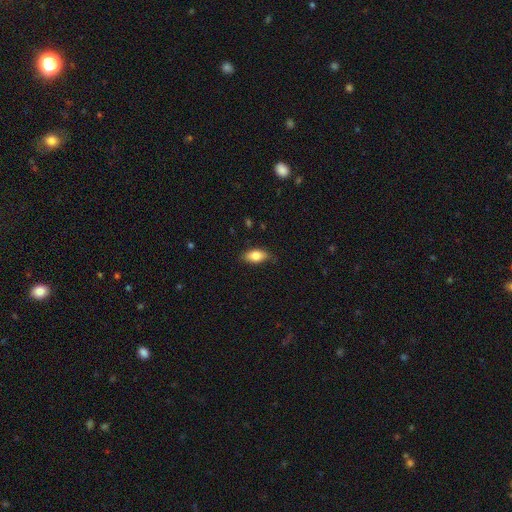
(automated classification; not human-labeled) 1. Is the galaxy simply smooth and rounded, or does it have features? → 82% smooth, 11% featured or disk, 7% star or artifact.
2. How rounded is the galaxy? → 89% in between, 6% cigar-shaped, 5% round.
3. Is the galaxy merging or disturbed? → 80% none, 16% minor disturbance, 3% major disturbance, 1% merger.